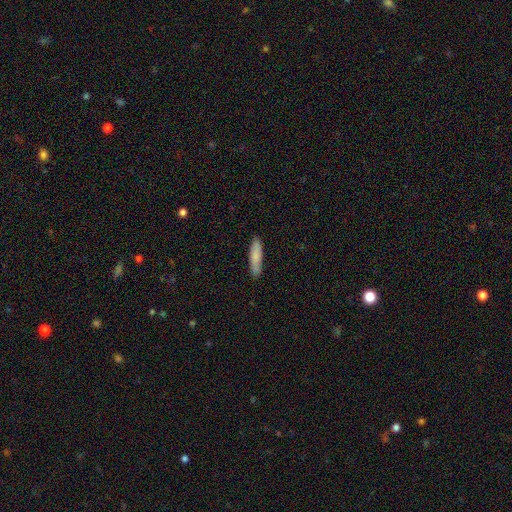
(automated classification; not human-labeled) Q: Smooth or featured?
A: smooth (81%); runner-up: featured or disk (14%)
Q: How rounded?
A: cigar-shaped (74%); runner-up: in between (24%)
Q: Merging?
A: none (87%); runner-up: minor disturbance (10%)